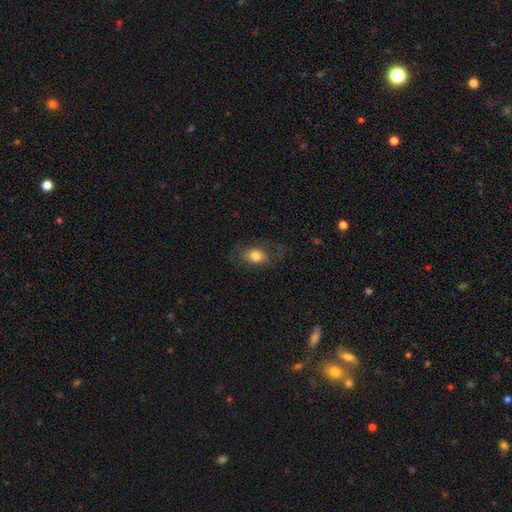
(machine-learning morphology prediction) This appears to be a smooth galaxy with no disk features (73%) that is in between round and cigar-shaped (76%). Merging: none (66%).